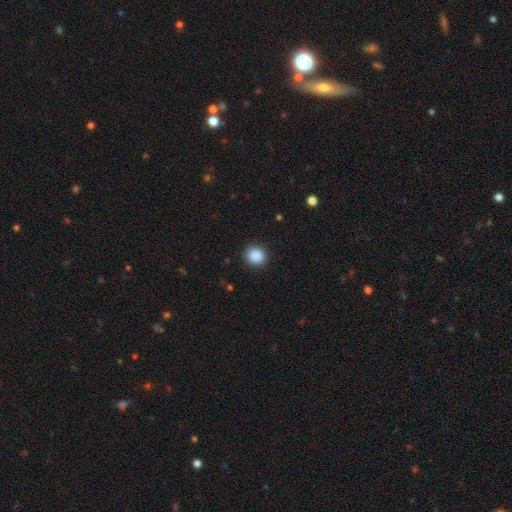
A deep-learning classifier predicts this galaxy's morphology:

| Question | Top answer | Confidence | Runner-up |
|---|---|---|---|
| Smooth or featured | smooth | 88% | star or artifact (9%) |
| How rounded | round | 87% | in between (12%) |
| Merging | none | 91% | minor disturbance (6%) |